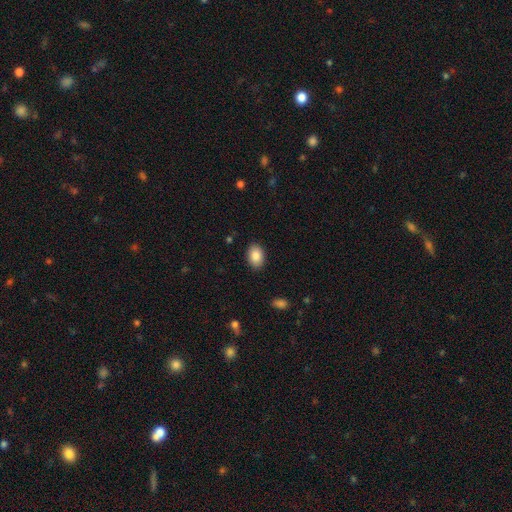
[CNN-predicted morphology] Smooth or featured: smooth — 86% (star or artifact — 7%)
How rounded: in between — 84% (round — 15%)
Merging: none — 88% (minor disturbance — 8%)